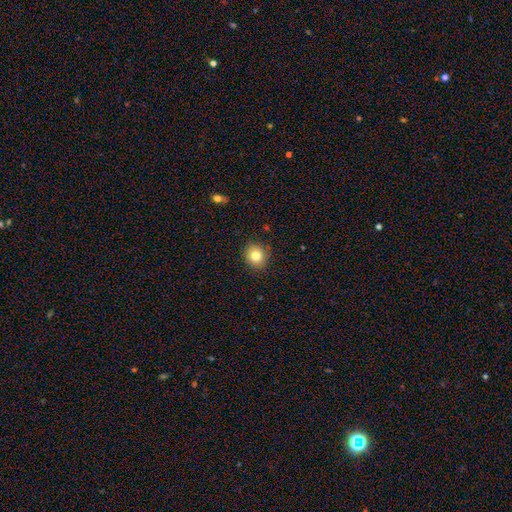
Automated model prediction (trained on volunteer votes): Overall: smooth (81%). How rounded: round (85%). Merging: none (89%).